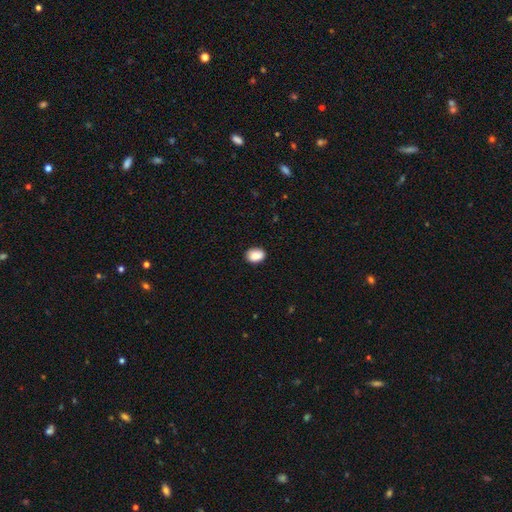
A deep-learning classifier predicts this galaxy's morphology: Q: Smooth or featured?
A: smooth (85%); runner-up: star or artifact (8%)
Q: How rounded?
A: in between (68%); runner-up: round (31%)
Q: Merging?
A: none (84%); runner-up: minor disturbance (13%)